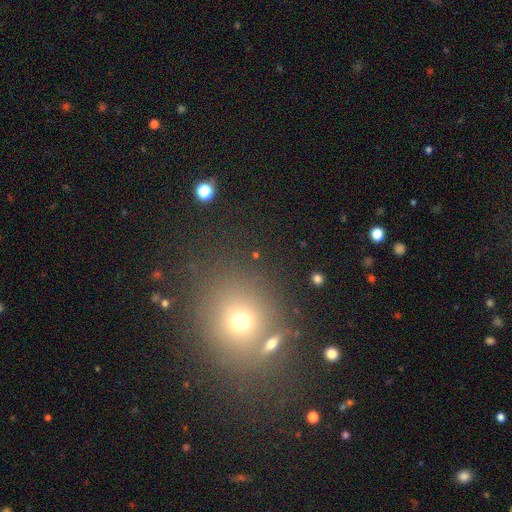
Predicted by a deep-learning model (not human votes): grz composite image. It shows a smooth galaxy with no disk features (58%) that is round (78%). Merging: none (76%).